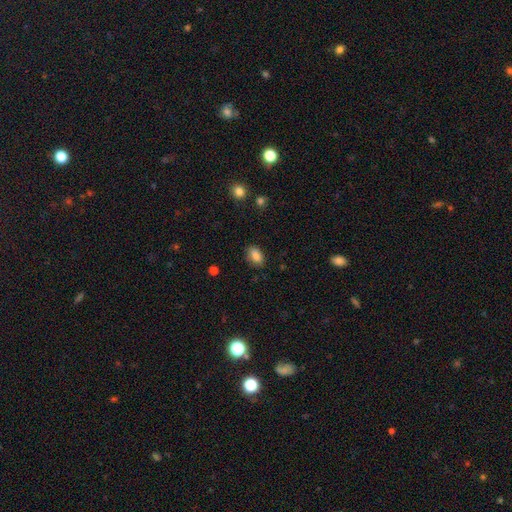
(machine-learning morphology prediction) smooth 86%, star or artifact 8%, featured or disk 5%. Down the decision tree: how rounded — in between (89%); merging — none (83%).